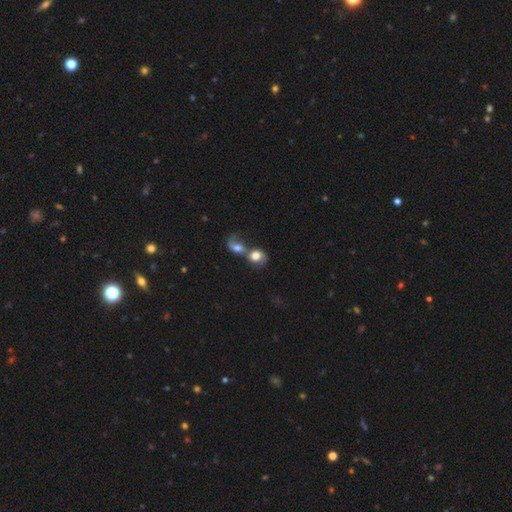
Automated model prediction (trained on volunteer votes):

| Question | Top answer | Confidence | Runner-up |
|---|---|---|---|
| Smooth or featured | smooth | 62% | featured or disk (29%) |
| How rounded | round | 61% | in between (38%) |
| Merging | merger | 79% | none (10%) |